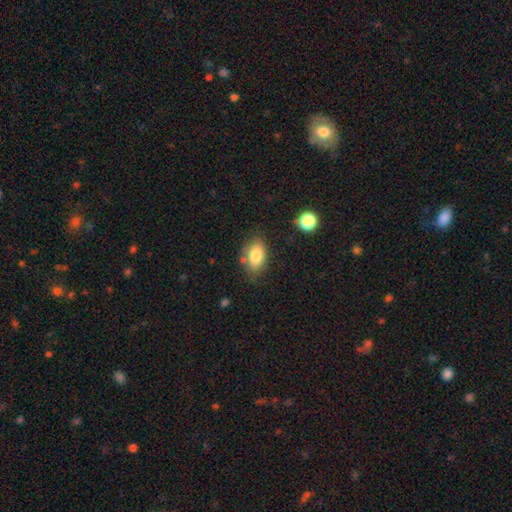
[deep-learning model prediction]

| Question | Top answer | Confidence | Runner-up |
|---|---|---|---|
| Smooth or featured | smooth | 82% | featured or disk (10%) |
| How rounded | in between | 88% | round (10%) |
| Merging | none | 72% | minor disturbance (18%) |